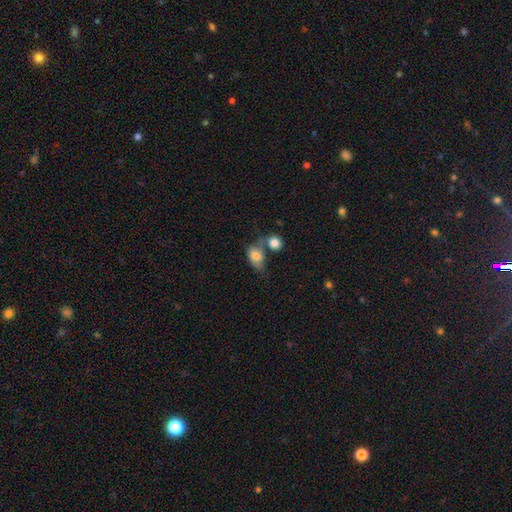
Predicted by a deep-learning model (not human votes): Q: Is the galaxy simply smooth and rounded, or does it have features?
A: smooth — 78%.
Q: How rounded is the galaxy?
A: in between — 75%.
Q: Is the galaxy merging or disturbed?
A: merger — 41%.